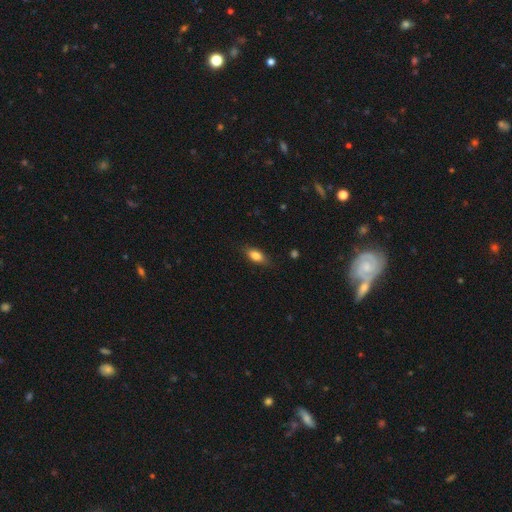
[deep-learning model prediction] Smooth or featured?
  - smooth: 81% *
  - featured or disk: 11%
  - star or artifact: 8%
How rounded?
  - in between: 82% *
  - cigar-shaped: 13%
  - round: 5%
Merging?
  - none: 81% *
  - minor disturbance: 14%
  - major disturbance: 3%
  - merger: 1%